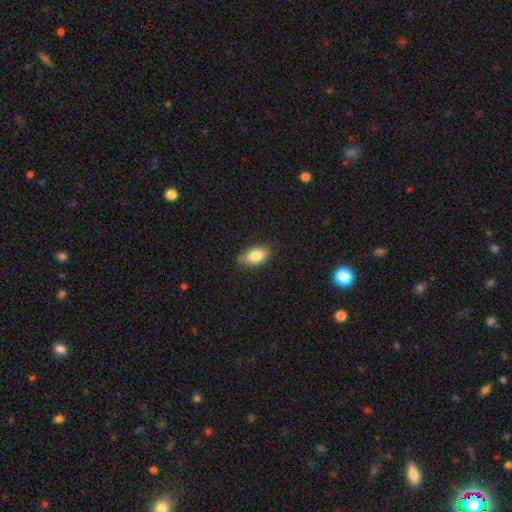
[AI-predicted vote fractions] Smooth or featured? Predicted: smooth (p=0.83). How rounded? Predicted: in between (p=0.90). Merging? Predicted: none (p=0.78).